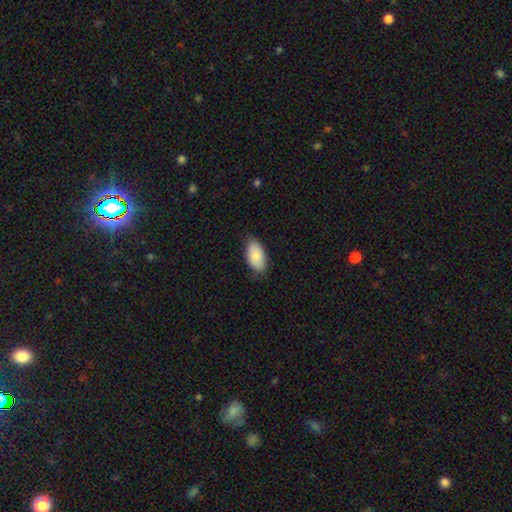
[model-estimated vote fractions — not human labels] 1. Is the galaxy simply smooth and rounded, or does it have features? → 80% smooth, 14% featured or disk, 6% star or artifact.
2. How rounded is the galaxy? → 95% in between, 3% round, 2% cigar-shaped.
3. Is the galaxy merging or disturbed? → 77% none, 19% minor disturbance, 3% major disturbance, 1% merger.